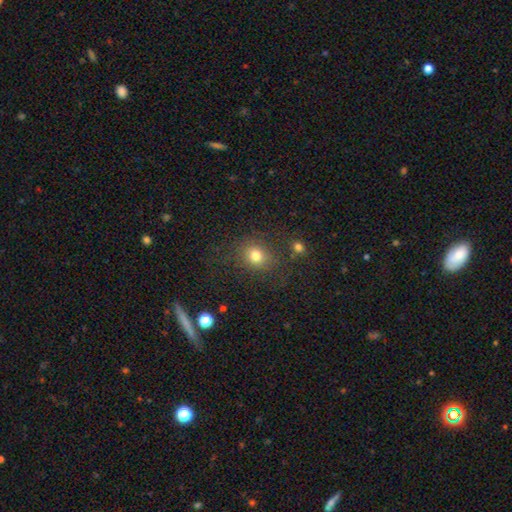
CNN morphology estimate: smooth_or_featured: smooth (p=0.76) [alt: star or artifact p=0.16]
how_rounded: round (p=0.73) [alt: in between p=0.26]
merging: none (p=0.77) [alt: minor disturbance p=0.12]